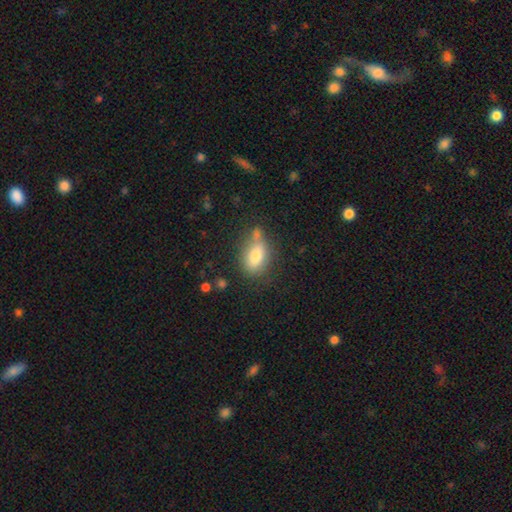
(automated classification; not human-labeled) Overall: smooth (78%). How rounded: in between (84%). Merging: none (59%; minor disturbance 21%).